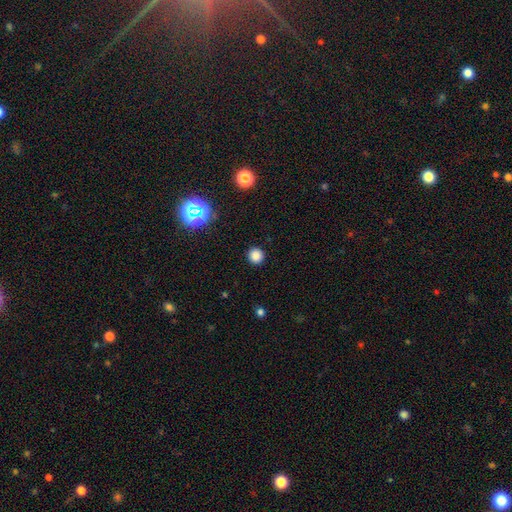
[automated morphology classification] Smooth or featured? Predicted: smooth (p=0.83). How rounded? Predicted: round (p=0.94). Merging? Predicted: none (p=0.92).